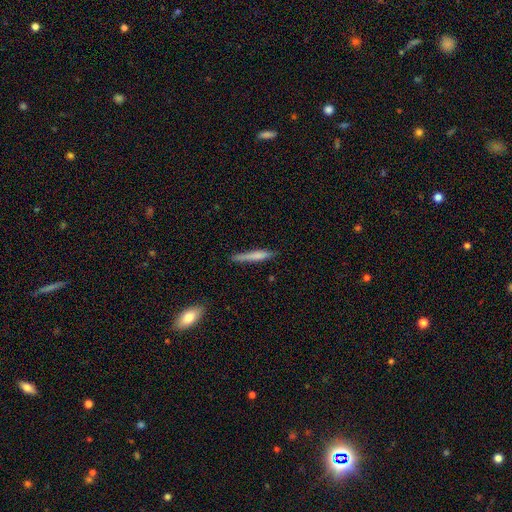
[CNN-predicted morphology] A smooth galaxy with no disk features (69%) that is cigar-shaped (94%).

Vote fractions:
- Smooth or featured? smooth: 69% / featured or disk: 24% / star or artifact: 6%
- How rounded? cigar-shaped: 94% / in between: 5% / round: 1%
- Merging? none: 78% / minor disturbance: 17% / major disturbance: 3% / merger: 2%